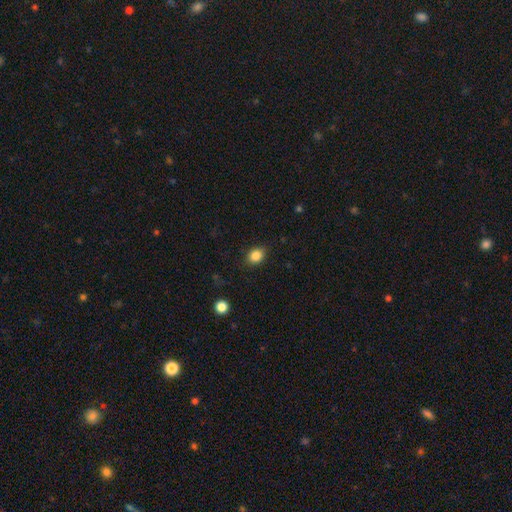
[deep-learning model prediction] The model was most divided on "how rounded": in between: 59%, round: 40%, cigar-shaped: 1%. More confident: merging — none (86%); smooth or featured — smooth (85%).